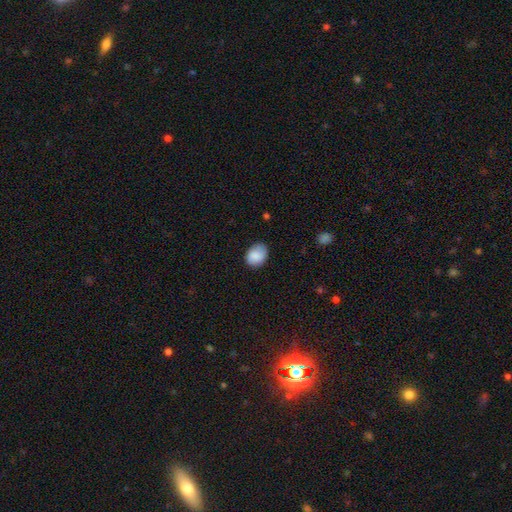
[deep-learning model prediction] smooth-or-featured: smooth: 85% | featured or disk: 7% | star or artifact: 7%
  how-rounded: in between: 62% | round: 37% | cigar-shaped: 1%
  merging: none: 75% | minor disturbance: 20% | major disturbance: 4% | merger: 1%